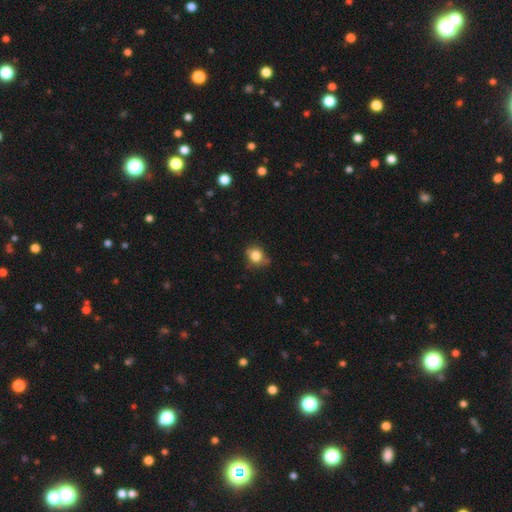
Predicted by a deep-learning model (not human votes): Q: Smooth or featured?
A: smooth (79%); runner-up: star or artifact (11%)
Q: How rounded?
A: round (72%); runner-up: in between (27%)
Q: Merging?
A: none (67%); runner-up: minor disturbance (25%)